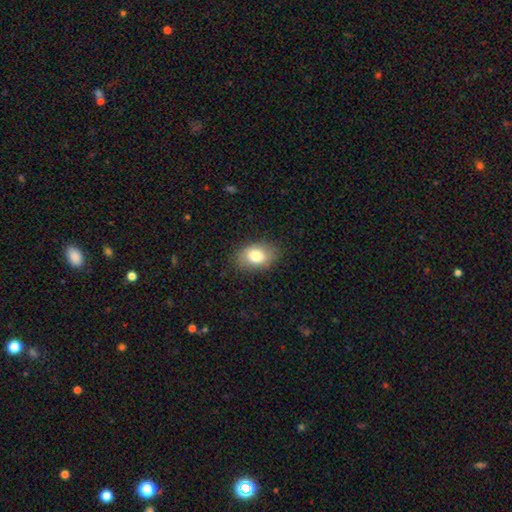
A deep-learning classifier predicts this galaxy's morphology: This appears to be a smooth galaxy with no disk features (79%) that is in between round and cigar-shaped (82%). Merging: none (84%).